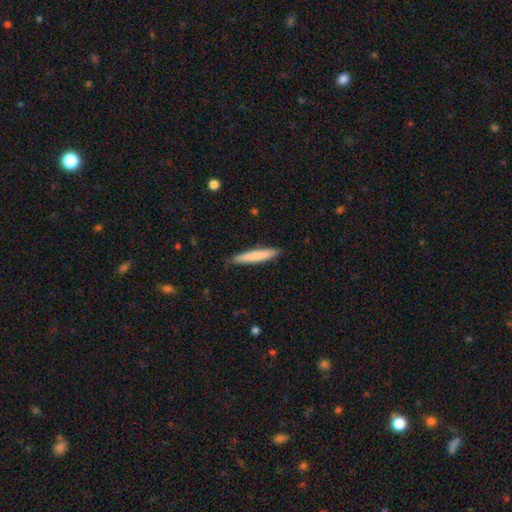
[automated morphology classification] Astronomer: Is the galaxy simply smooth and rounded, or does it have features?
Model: smooth — 77%.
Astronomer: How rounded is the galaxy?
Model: cigar-shaped — 93%.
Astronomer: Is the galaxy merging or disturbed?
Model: none — 88%.